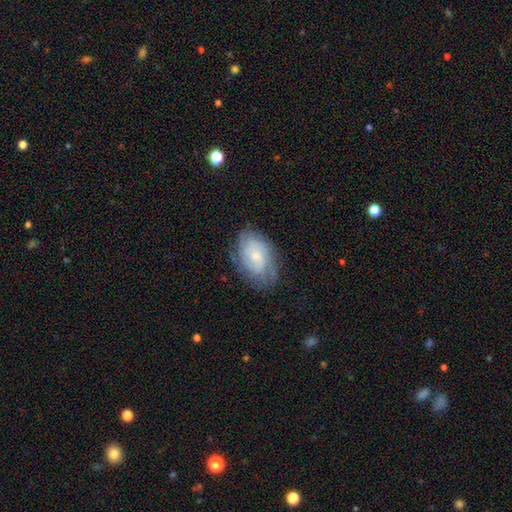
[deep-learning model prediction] Smooth or featured: featured or disk — 63% (smooth — 30%)
Edge-on disk: no — 96% (yes — 4%)
Bar: no — 73% (weak — 24%)
Spiral arms: yes — 86% (no — 14%)
Spiral winding: tight — 59% (medium — 31%)
Spiral arm count: can't tell — 47% (2 — 28%)
Bulge size: small — 56% (moderate — 35%)
Merging: none — 70% (minor disturbance — 21%)